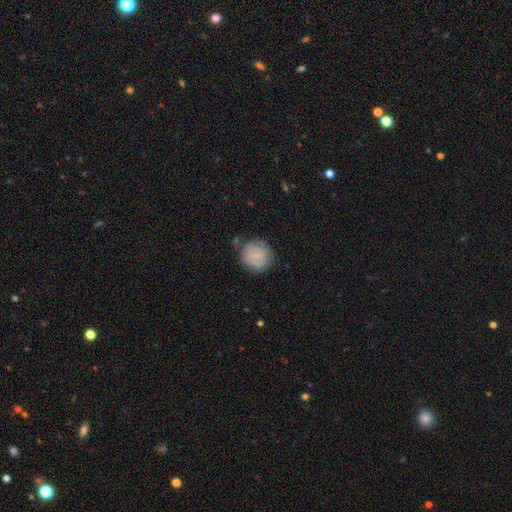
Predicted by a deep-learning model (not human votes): Smooth or featured?
  - smooth: 67% *
  - featured or disk: 25%
  - star or artifact: 8%
How rounded?
  - round: 90% *
  - in between: 9%
  - cigar-shaped: 1%
Merging?
  - none: 71% *
  - minor disturbance: 19%
  - major disturbance: 6%
  - merger: 4%